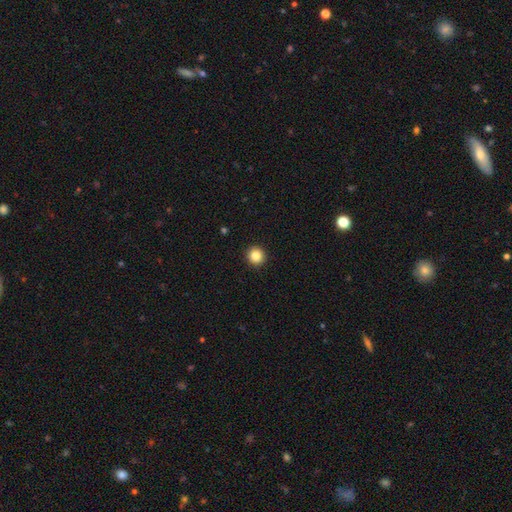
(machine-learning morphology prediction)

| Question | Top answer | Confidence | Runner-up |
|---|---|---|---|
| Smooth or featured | smooth | 85% | star or artifact (10%) |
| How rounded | round | 94% | in between (5%) |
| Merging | none | 94% | minor disturbance (4%) |